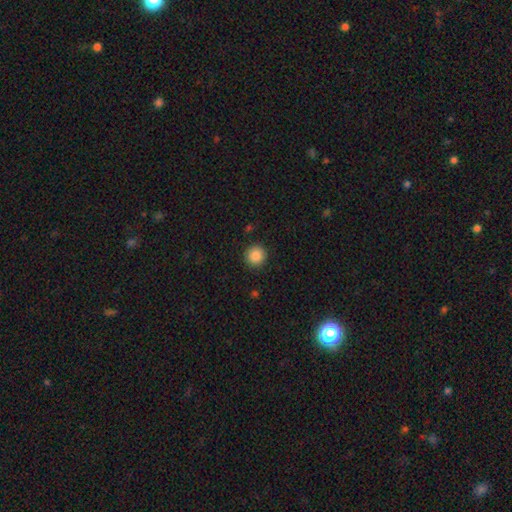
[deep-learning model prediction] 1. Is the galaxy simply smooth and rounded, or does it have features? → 88% smooth, 9% star or artifact, 3% featured or disk.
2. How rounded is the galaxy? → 94% round, 5% in between, 1% cigar-shaped.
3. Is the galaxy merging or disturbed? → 91% none, 6% minor disturbance, 2% major disturbance, 1% merger.